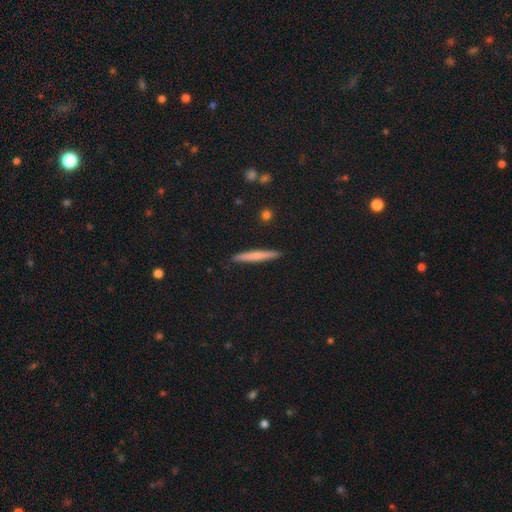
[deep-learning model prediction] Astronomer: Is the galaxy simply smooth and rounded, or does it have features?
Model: smooth — 63%.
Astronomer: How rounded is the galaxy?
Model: cigar-shaped — 96%.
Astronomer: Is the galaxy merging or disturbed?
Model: none — 91%.